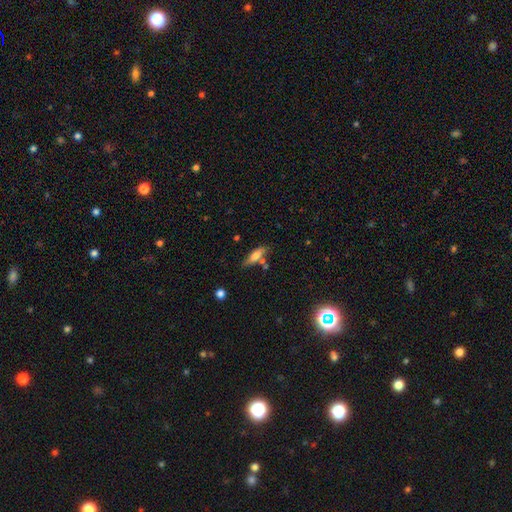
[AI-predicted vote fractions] A smooth galaxy with no disk features (64%) that is cigar-shaped (58%). Merging: none (69%).